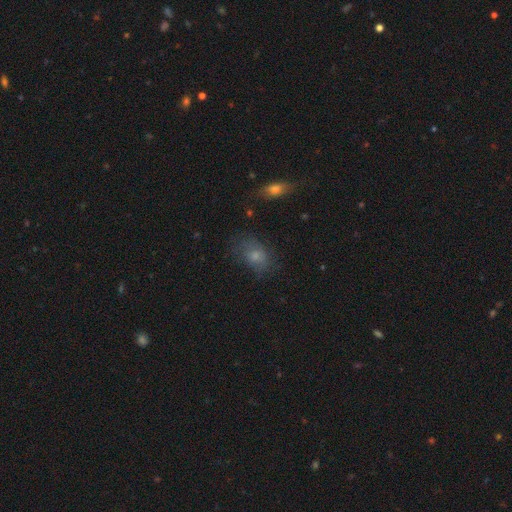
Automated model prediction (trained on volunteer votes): Q: Smooth or featured?
A: smooth (63%); runner-up: featured or disk (23%)
Q: How rounded?
A: in between (72%); runner-up: round (26%)
Q: Merging?
A: none (59%); runner-up: minor disturbance (25%)